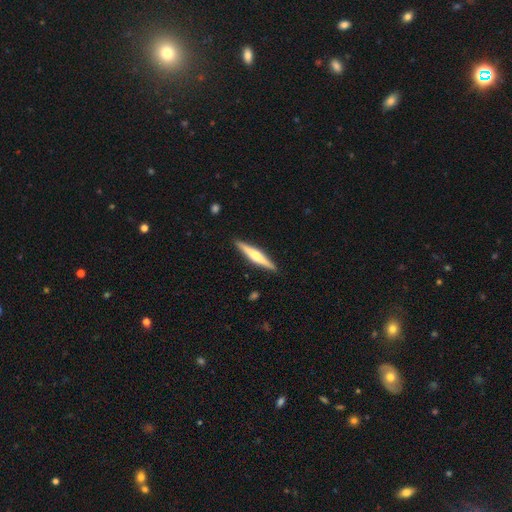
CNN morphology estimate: Smooth or featured?
  - featured or disk: 65% *
  - smooth: 30%
  - star or artifact: 5%
Edge-on disk?
  - yes: 97% *
  - no: 3%
Edge-on bulge?
  - rounded: 89% *
  - none: 5%
  - boxy: 5%
Merging?
  - none: 91% *
  - minor disturbance: 7%
  - major disturbance: 1%
  - merger: 1%